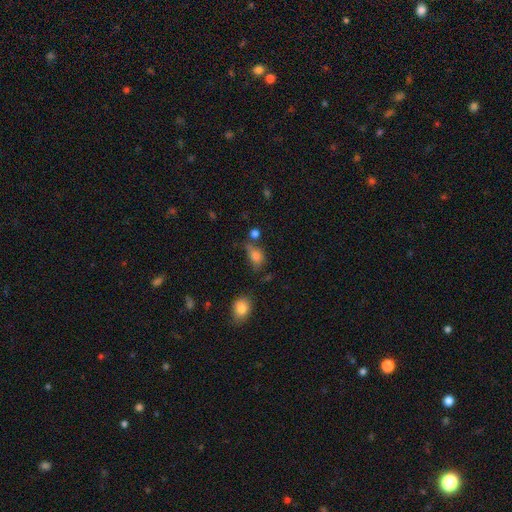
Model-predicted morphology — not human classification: type=smooth (78%); roundness=in between (66%); merging=none (44%).